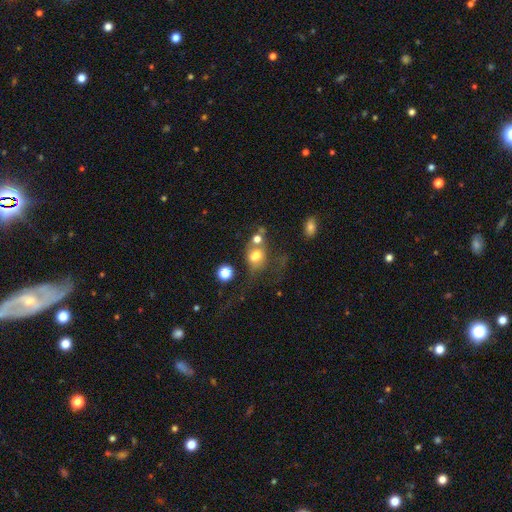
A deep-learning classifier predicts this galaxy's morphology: smooth 62%, featured or disk 23%, star or artifact 15%. Down the decision tree: how rounded — in between (52%); merging — merger (36%).